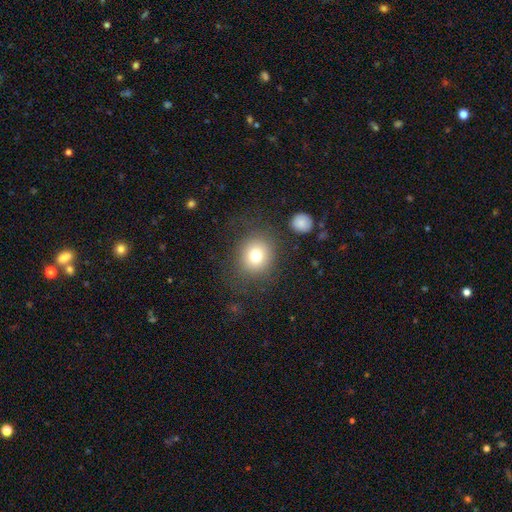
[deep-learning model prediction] Smooth or featured? smooth (75%)
How rounded? round (84%)
Merging? none (78%)